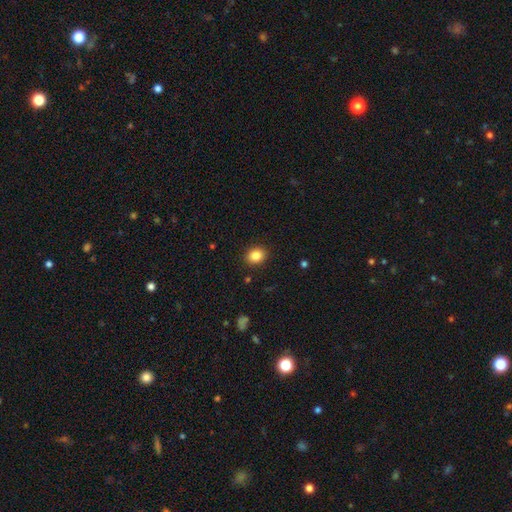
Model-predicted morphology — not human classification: type=smooth (85%); roundness=round (61%); merging=none (90%).